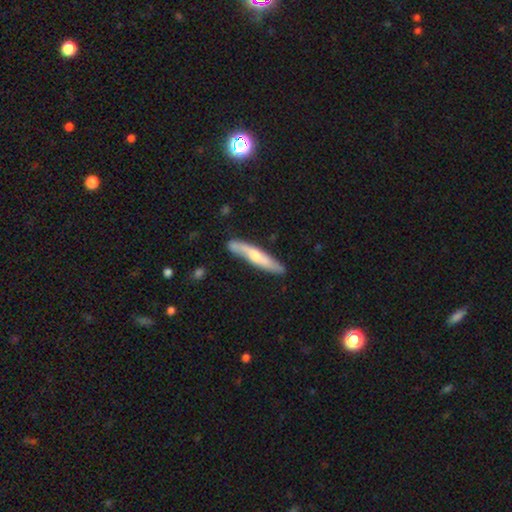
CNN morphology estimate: Smooth or featured: smooth — 50% (featured or disk — 45%)
How rounded: cigar-shaped — 91% (in between — 8%)
Merging: none — 83% (minor disturbance — 13%)